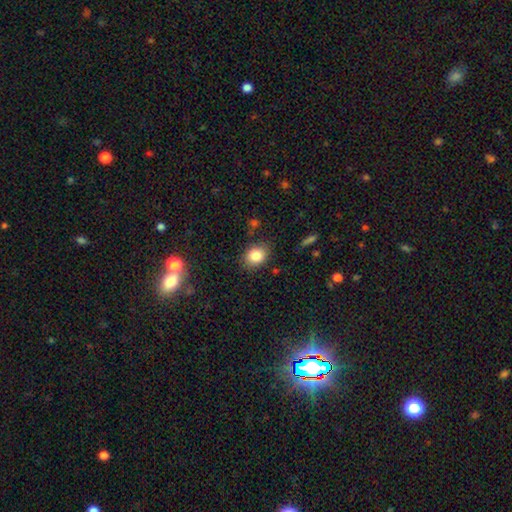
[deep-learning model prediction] Smooth or featured: smooth — 84% (star or artifact — 10%)
How rounded: in between — 54% (round — 45%)
Merging: none — 81% (minor disturbance — 14%)